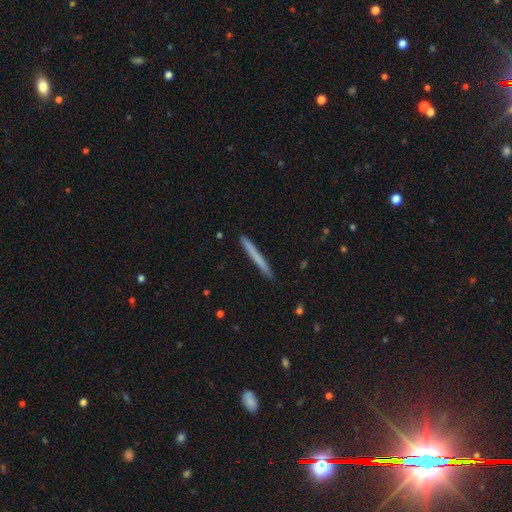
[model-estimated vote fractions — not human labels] A smooth galaxy with no disk features (65%) that is cigar-shaped (97%). Merging: none (92%).